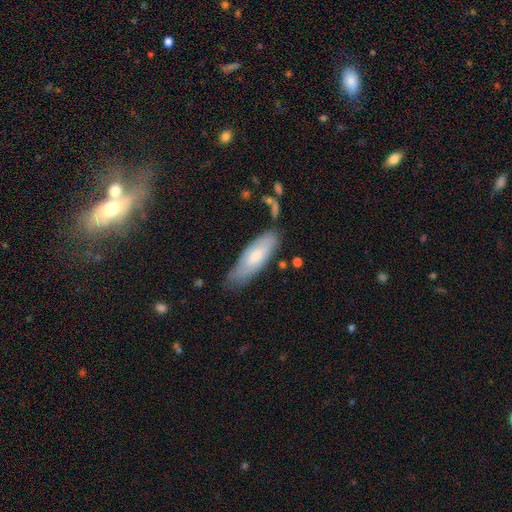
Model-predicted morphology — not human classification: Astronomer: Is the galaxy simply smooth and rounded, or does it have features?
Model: smooth — 57% (runner-up: featured or disk, 37%).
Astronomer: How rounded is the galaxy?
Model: in between — 63%.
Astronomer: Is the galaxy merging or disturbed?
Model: none — 64%.